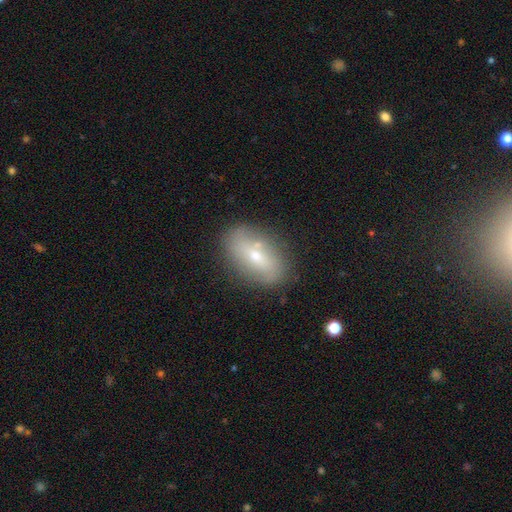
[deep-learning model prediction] This is possibly a smooth galaxy (51%). How rounded: clearly in between (83%). Merging: likely none (77%).